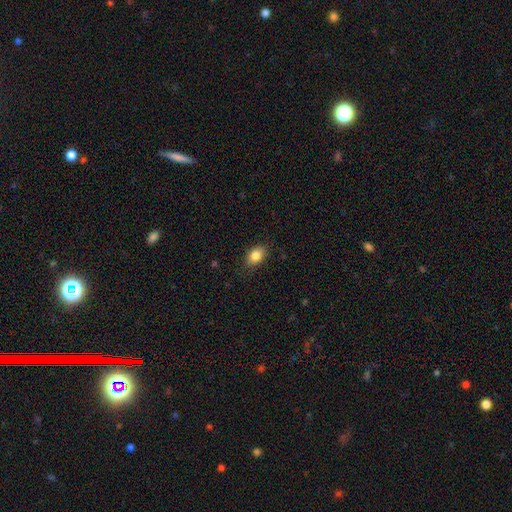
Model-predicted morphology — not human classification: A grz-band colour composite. It shows a smooth galaxy with no disk features (84%) that is in between round and cigar-shaped (79%). Merging: none (83%).